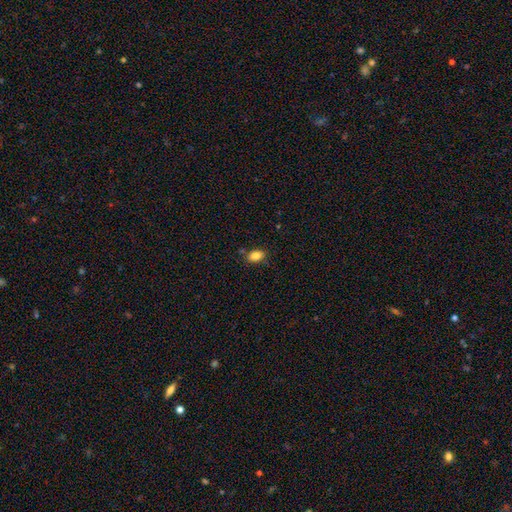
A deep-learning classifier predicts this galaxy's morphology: Smooth or featured? smooth (85%)
How rounded? in between (87%)
Merging? none (77%)